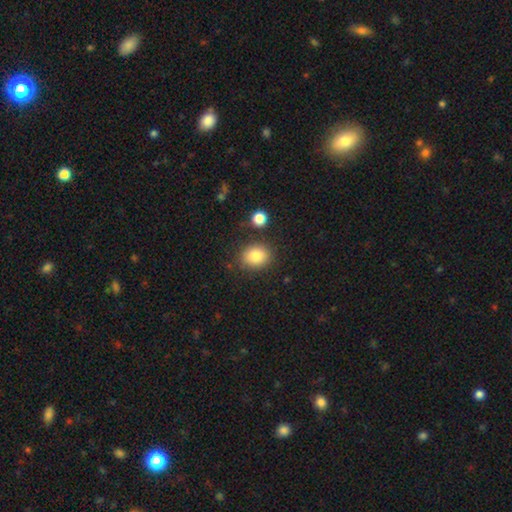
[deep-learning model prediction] This appears to be a smooth galaxy with no disk features (84%) that is round (55%). Merging: none (81%).